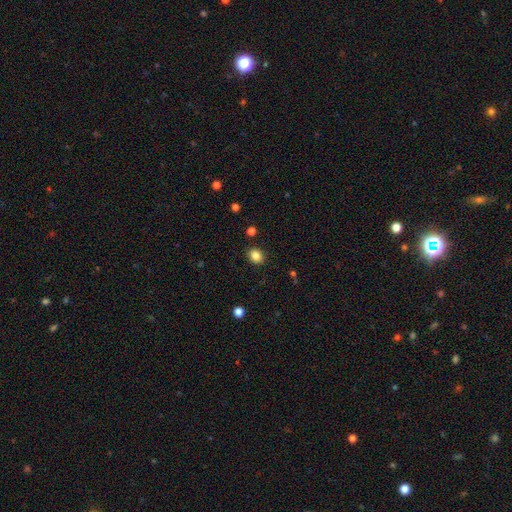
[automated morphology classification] smooth 84%, star or artifact 11%, featured or disk 5%. Down the decision tree: how rounded — round (51%); merging — none (89%).